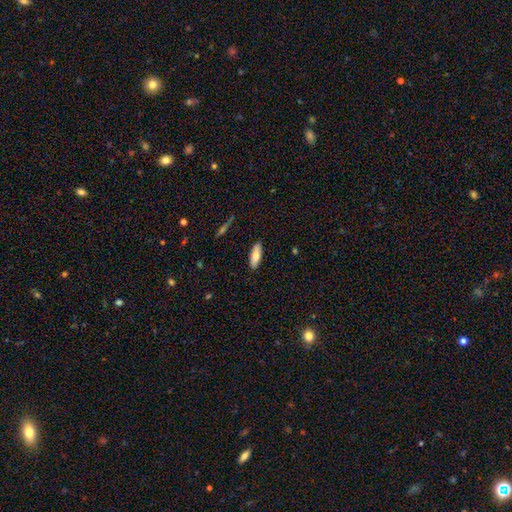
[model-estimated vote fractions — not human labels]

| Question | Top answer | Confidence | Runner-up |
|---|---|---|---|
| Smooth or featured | smooth | 76% | featured or disk (17%) |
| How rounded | in between | 61% | cigar-shaped (37%) |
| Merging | none | 87% | minor disturbance (10%) |